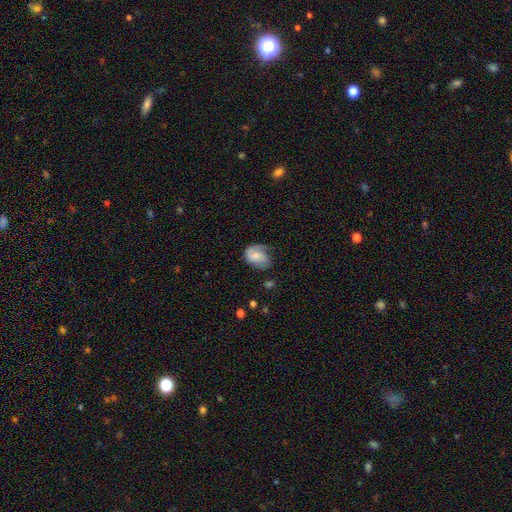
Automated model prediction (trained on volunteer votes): Overall: featured or disk (48%; smooth 45%). Merging: none (45%; minor disturbance 31%).